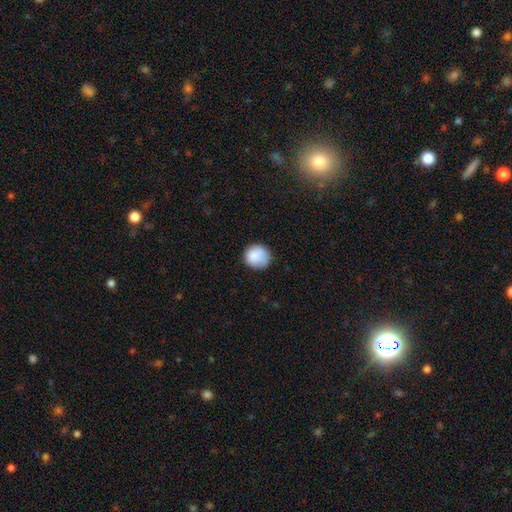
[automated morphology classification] Overall: smooth (87%). How rounded: round (87%). Merging: none (79%).